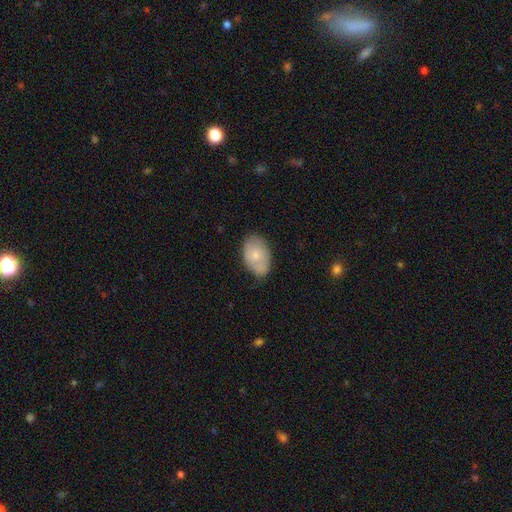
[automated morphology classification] smooth 70%, featured or disk 24%, star or artifact 6%. Down the decision tree: how rounded — in between (87%); merging — none (67%).